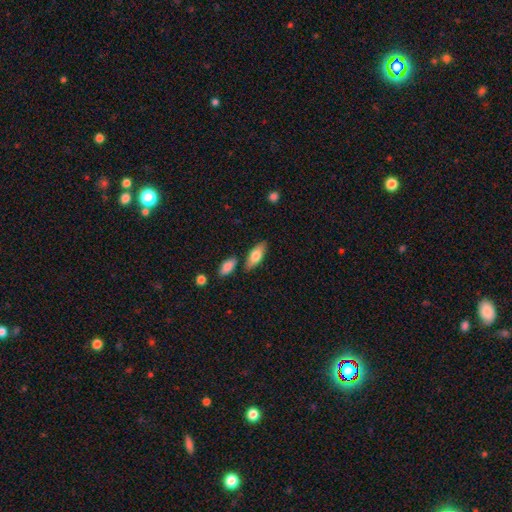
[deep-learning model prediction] Q: Smooth or featured?
A: smooth (74%); runner-up: featured or disk (21%)
Q: How rounded?
A: in between (78%); runner-up: cigar-shaped (20%)
Q: Merging?
A: none (78%); runner-up: minor disturbance (11%)